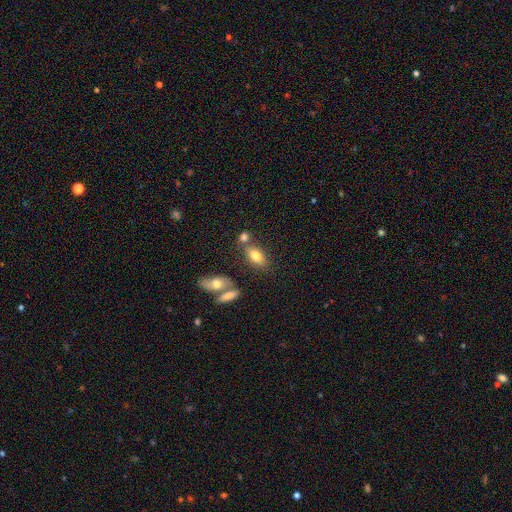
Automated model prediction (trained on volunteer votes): smooth-or-featured: smooth: 77% | featured or disk: 14% | star or artifact: 9%
  how-rounded: in between: 86% | round: 7% | cigar-shaped: 7%
  merging: none: 58% | merger: 23% | minor disturbance: 14% | major disturbance: 5%